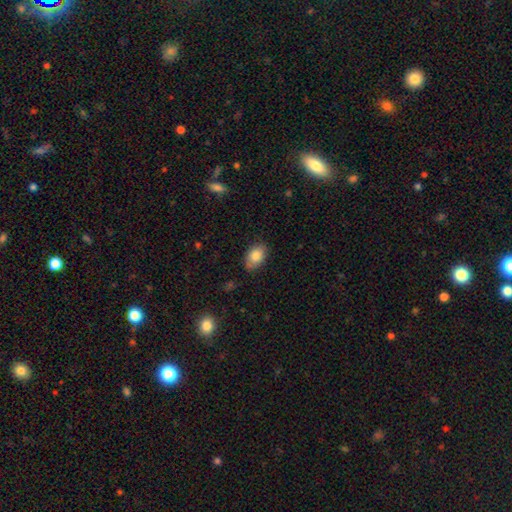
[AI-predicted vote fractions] smooth 83%, featured or disk 9%, star or artifact 7%. Down the decision tree: how rounded — in between (85%); merging — none (79%).